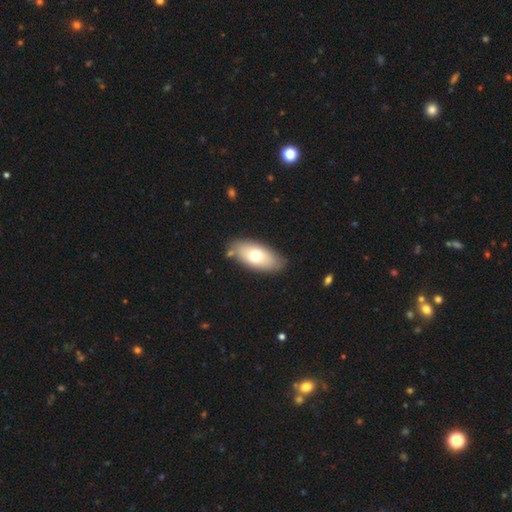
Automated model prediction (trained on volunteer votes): Smooth or featured: smooth — 68% (featured or disk — 25%)
How rounded: in between — 90% (cigar-shaped — 7%)
Merging: none — 81% (minor disturbance — 13%)